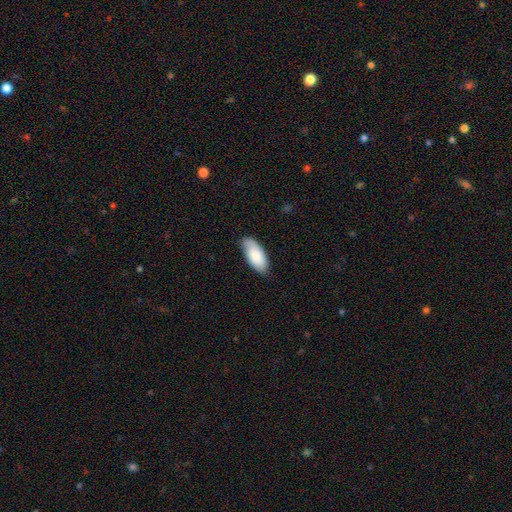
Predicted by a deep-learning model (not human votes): Smooth or featured? smooth (83%)
How rounded? in between (90%)
Merging? none (78%)